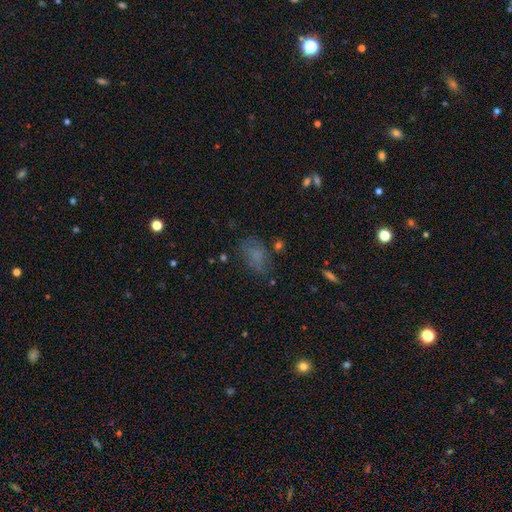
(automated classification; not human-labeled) smooth 66%, star or artifact 18%, featured or disk 16%. Down the decision tree: how rounded — in between (84%); merging — none (60%).